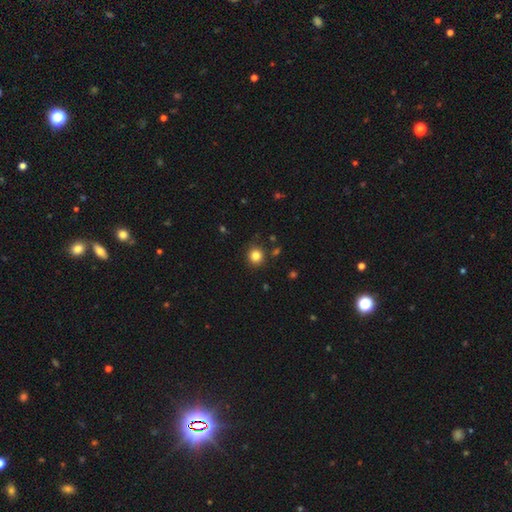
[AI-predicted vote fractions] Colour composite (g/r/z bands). It shows a smooth galaxy with no disk features (83%) that is round (88%). Merging: none (87%).